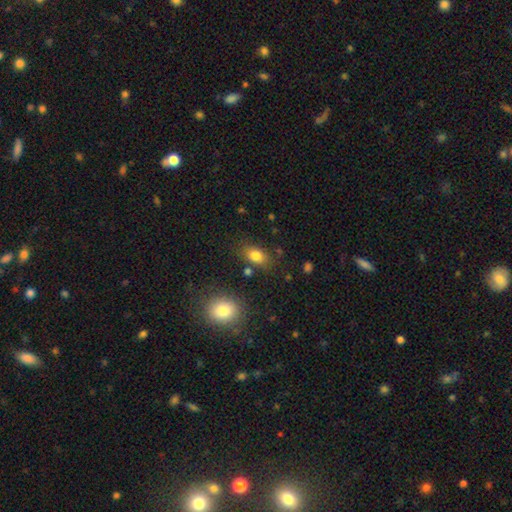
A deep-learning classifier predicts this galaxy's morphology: type=smooth (81%); roundness=in between (82%); merging=none (75%).